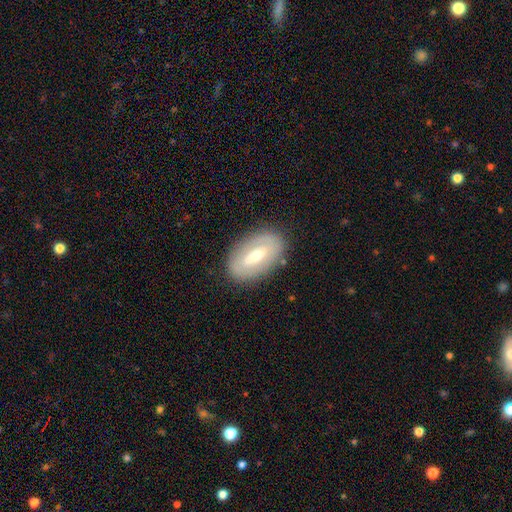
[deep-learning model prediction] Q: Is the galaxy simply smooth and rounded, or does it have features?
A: featured or disk — 56%.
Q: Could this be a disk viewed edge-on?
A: no — 87%.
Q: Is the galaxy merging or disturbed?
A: none — 84%.